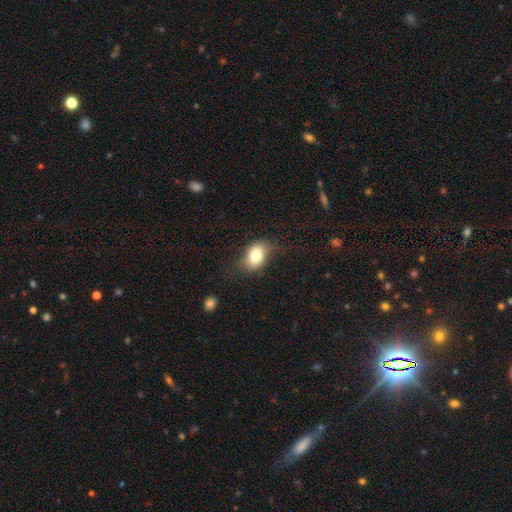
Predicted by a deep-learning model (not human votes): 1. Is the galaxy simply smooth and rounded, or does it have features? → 78% smooth, 14% featured or disk, 8% star or artifact.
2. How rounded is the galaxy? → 80% in between, 19% round, 1% cigar-shaped.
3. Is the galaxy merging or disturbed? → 64% none, 25% minor disturbance, 10% major disturbance, 2% merger.